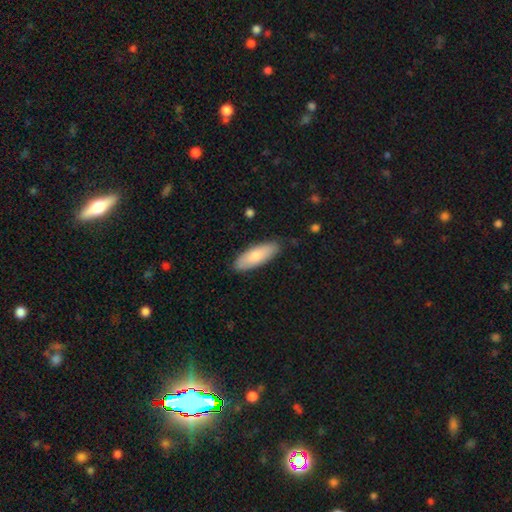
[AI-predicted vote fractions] Morphology: type=smooth (78%); roundness=in between (67%); merging=none (86%).